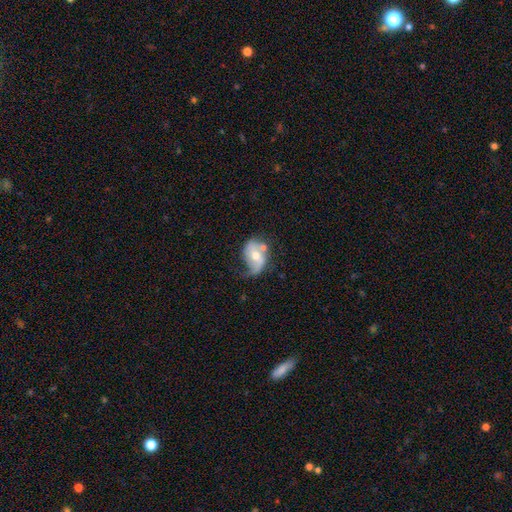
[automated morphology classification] The model was most divided on "merging": none: 37%, minor disturbance: 30%, major disturbance: 22%, merger: 12%. More confident: edge-on disk — no (96%); spiral arms — yes (76%); bulge size — moderate (70%); smooth or featured — featured or disk (62%); bar — no (59%).